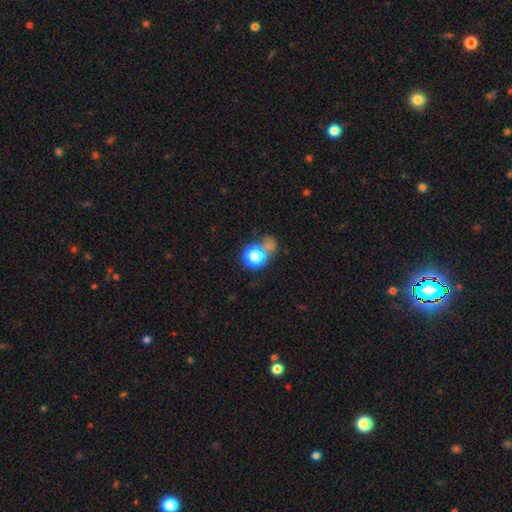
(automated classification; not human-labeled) A star or artifact, not a galaxy (45%).